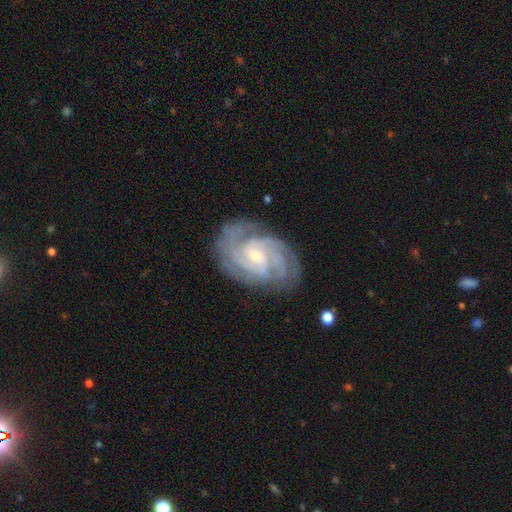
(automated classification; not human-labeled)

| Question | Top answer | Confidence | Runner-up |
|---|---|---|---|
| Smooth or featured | featured or disk | 90% | star or artifact (5%) |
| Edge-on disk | no | 97% | yes (3%) |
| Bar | no | 45% | weak (43%) |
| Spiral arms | yes | 98% | no (2%) |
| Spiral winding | tight | 70% | medium (27%) |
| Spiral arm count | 3 | 28% | 4 (25%) |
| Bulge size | small | 65% | moderate (30%) |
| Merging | none | 79% | minor disturbance (15%) |